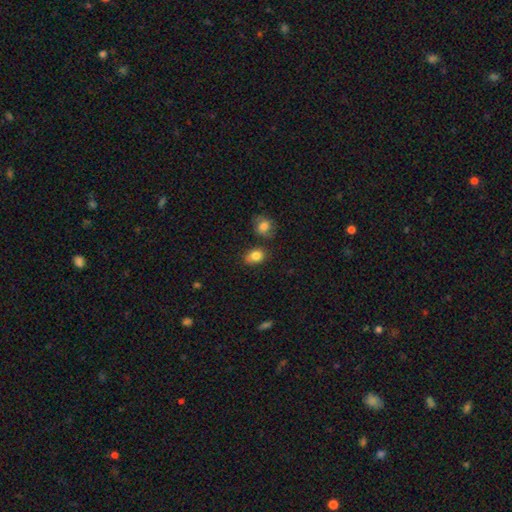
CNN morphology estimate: A smooth galaxy with no disk features (84%) that is in between round and cigar-shaped (70%).

Vote fractions:
- Smooth or featured? smooth: 84% / star or artifact: 8% / featured or disk: 7%
- How rounded? in between: 70% / round: 29% / cigar-shaped: 1%
- Merging? none: 70% / minor disturbance: 17% / merger: 9% / major disturbance: 4%